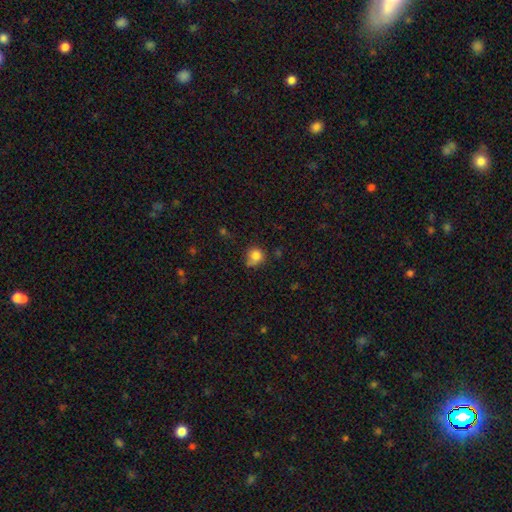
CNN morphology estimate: Q: Smooth or featured?
A: smooth (82%); runner-up: star or artifact (11%)
Q: How rounded?
A: round (83%); runner-up: in between (16%)
Q: Merging?
A: none (56%); runner-up: minor disturbance (29%)